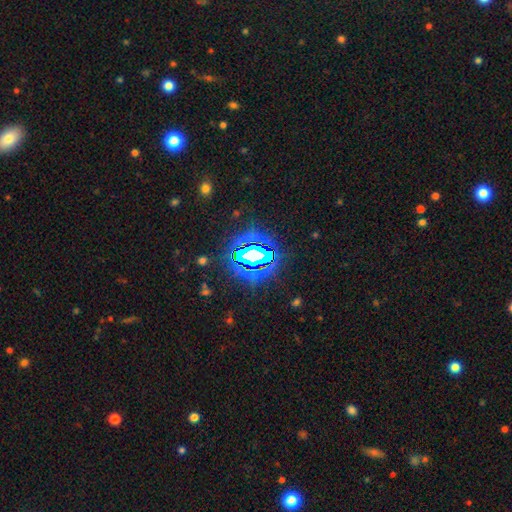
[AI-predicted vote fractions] Smooth or featured? Predicted: star or artifact (p=0.77).